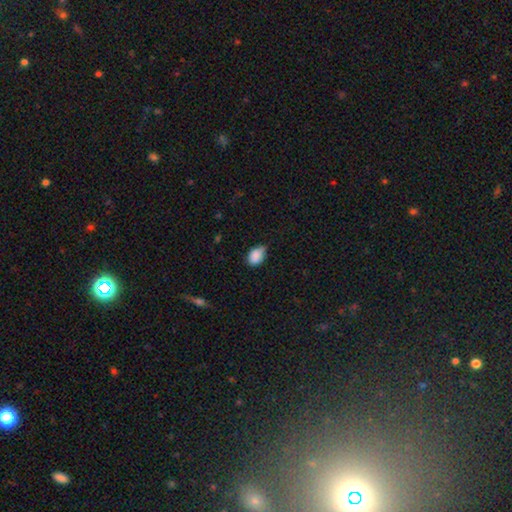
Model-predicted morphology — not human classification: Overall: smooth (87%). How rounded: in between (80%). Merging: none (54%; minor disturbance 39%).